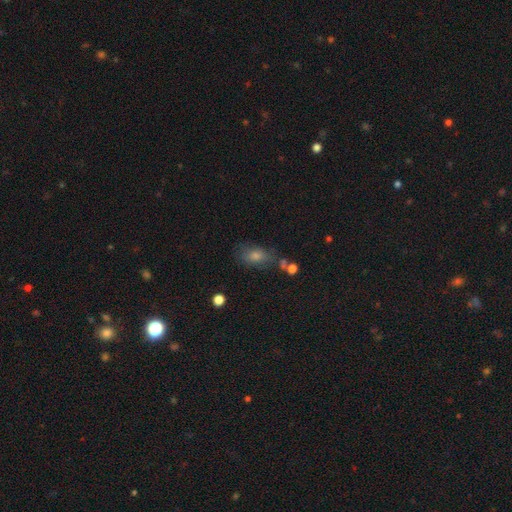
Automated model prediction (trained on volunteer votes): A smooth galaxy with no disk features (61%) that is in between round and cigar-shaped (79%).

Vote fractions:
- Smooth or featured? smooth: 61% / star or artifact: 21% / featured or disk: 19%
- How rounded? in between: 79% / round: 15% / cigar-shaped: 6%
- Merging? none: 63% / minor disturbance: 19% / merger: 10% / major disturbance: 8%